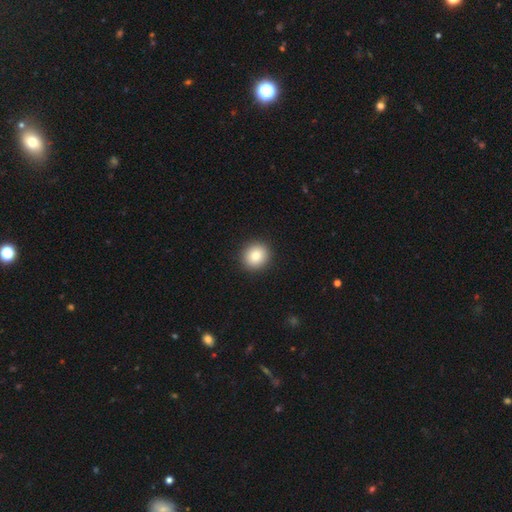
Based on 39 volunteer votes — smooth_or_featured: smooth (p=0.87) [alt: featured or disk p=0.08]
how_rounded: round (p=0.88) [alt: in between p=0.12]
merging: none (p=0.89) [alt: major disturbance p=0.08]